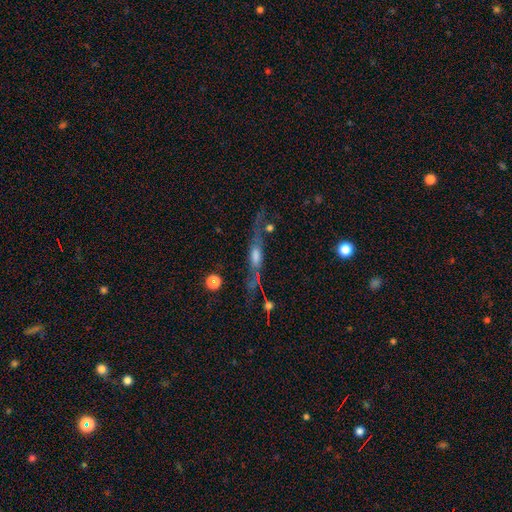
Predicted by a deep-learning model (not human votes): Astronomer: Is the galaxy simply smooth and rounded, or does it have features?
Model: featured or disk — 61%.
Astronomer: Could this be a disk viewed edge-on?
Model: yes — 72%.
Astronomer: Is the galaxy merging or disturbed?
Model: none — 60%.